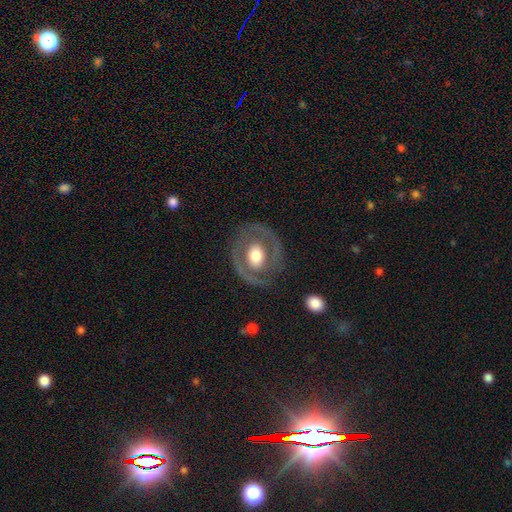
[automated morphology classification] Smooth or featured?
  - featured or disk: 68% *
  - smooth: 27%
  - star or artifact: 5%
Edge-on disk?
  - no: 96% *
  - yes: 4%
Bar?
  - no: 68% *
  - weak: 21%
  - strong: 11%
Spiral arms?
  - yes: 51% *
  - no: 49%
Bulge size?
  - moderate: 47% *
  - large: 42%
  - small: 5%
  - dominant: 5%
  - none: 1%
Merging?
  - none: 78% *
  - minor disturbance: 13%
  - major disturbance: 8%
  - merger: 1%